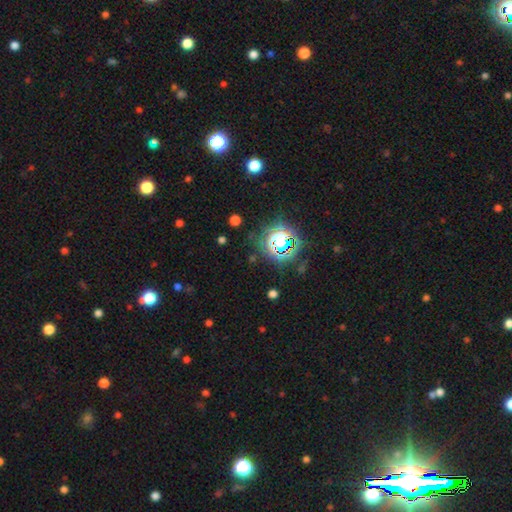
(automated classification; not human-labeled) Smooth or featured: star or artifact — 77% (smooth — 15%)